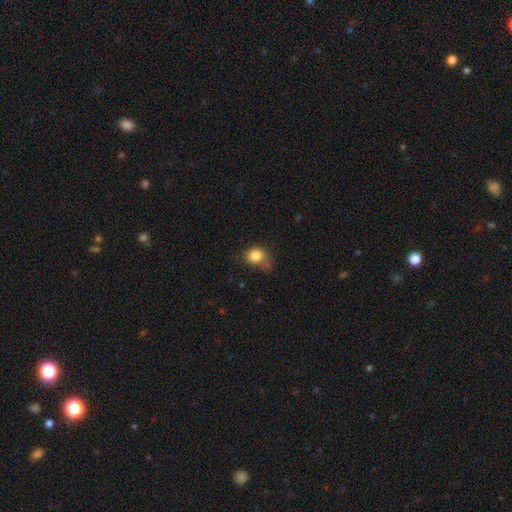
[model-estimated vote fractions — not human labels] Smooth or featured? smooth (82%)
How rounded? round (52%)
Merging? none (40%)